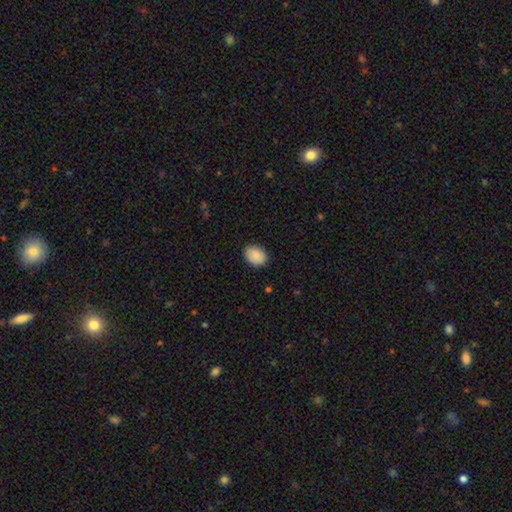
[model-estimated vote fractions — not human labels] smooth-or-featured: smooth: 89% | star or artifact: 7% | featured or disk: 5%
  how-rounded: in between: 65% | round: 34% | cigar-shaped: 1%
  merging: none: 87% | minor disturbance: 10% | major disturbance: 2% | merger: 1%